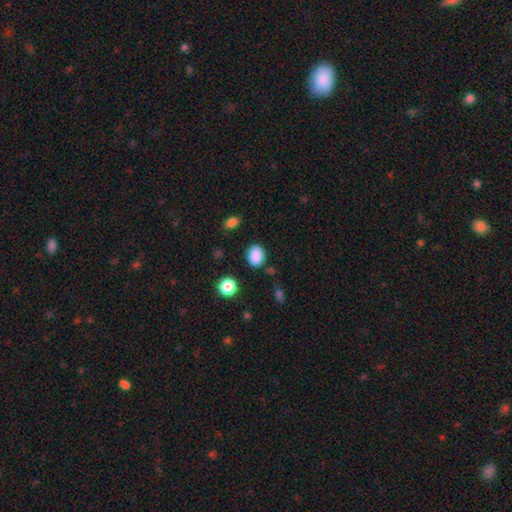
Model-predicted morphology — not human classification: Q: Smooth or featured?
A: smooth (87%); runner-up: star or artifact (10%)
Q: How rounded?
A: round (50%); runner-up: in between (49%)
Q: Merging?
A: none (83%); runner-up: minor disturbance (11%)